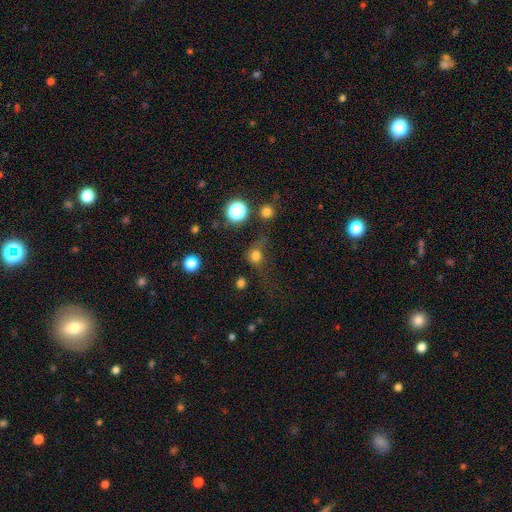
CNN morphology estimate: smooth 74%, star or artifact 19%, featured or disk 8%. Down the decision tree: how rounded — round (83%); merging — none (53%).